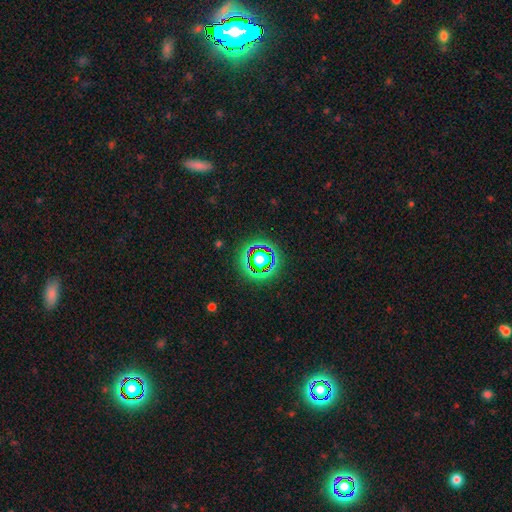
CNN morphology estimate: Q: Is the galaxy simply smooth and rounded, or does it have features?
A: star or artifact — 76%.